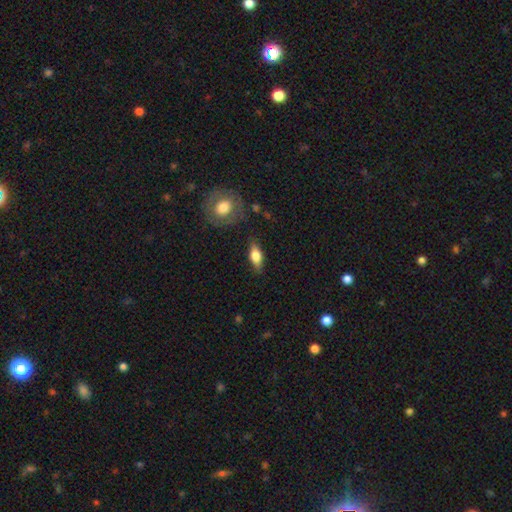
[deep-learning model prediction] Morphology: type=smooth (63%); roundness=in between (74%); merging=none (84%).